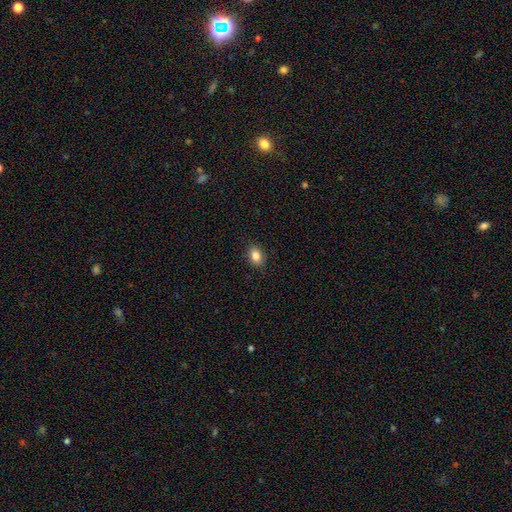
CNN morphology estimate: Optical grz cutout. It shows a smooth galaxy with no disk features (84%) that is in between round and cigar-shaped (73%). Merging: none (89%).